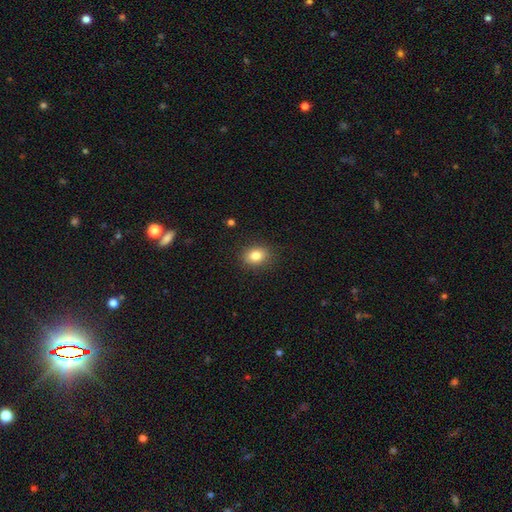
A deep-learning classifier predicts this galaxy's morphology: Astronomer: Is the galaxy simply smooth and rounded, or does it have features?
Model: smooth — 83%.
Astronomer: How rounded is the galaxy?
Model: in between — 60% (runner-up: round, 39%).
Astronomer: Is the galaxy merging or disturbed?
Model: none — 87%.